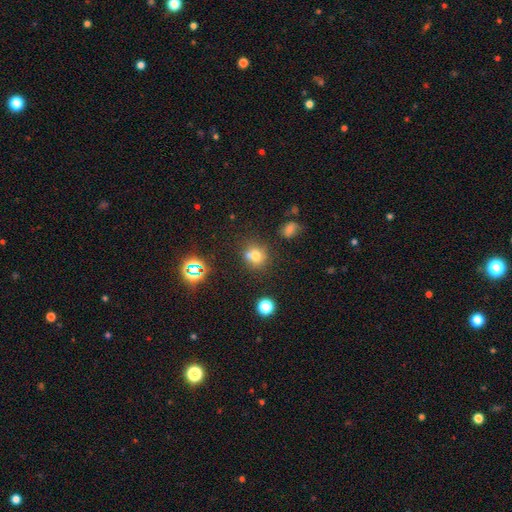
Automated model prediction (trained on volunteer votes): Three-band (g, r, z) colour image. It shows a smooth galaxy with no disk features (67%) that is round (82%). Merging: none (56%).